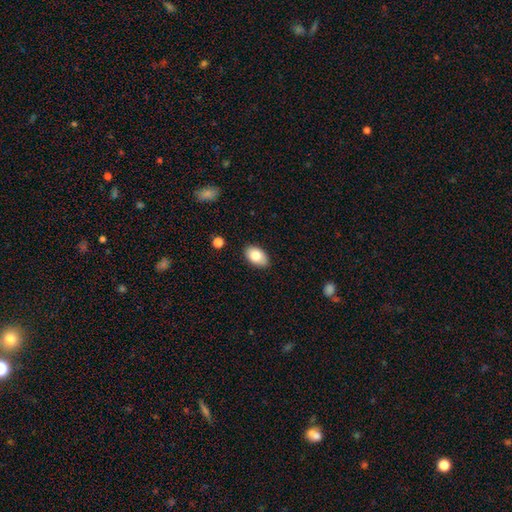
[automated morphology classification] This is clearly a smooth galaxy (81%). How rounded: clearly in between (91%). Merging: clearly none (86%).